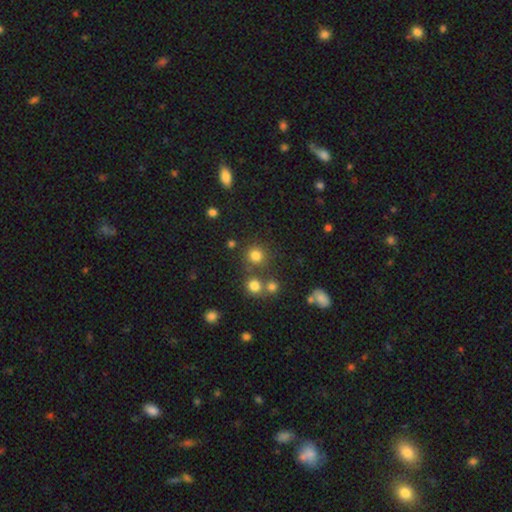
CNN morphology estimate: This appears to be a smooth galaxy with no disk features (78%) that is round (91%). Merging: none (75%).